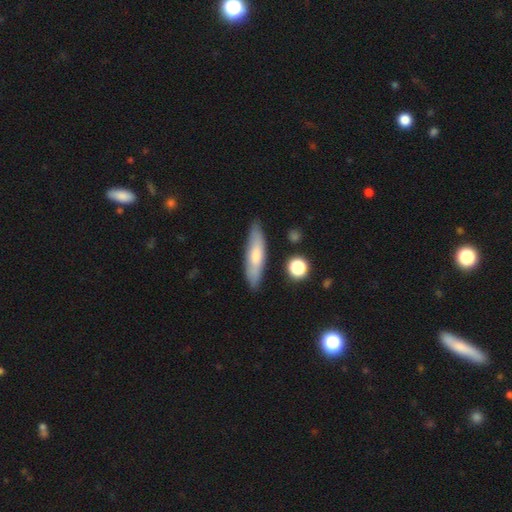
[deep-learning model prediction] Smooth or featured? smooth (50%)
How rounded? cigar-shaped (74%)
Merging? none (85%)